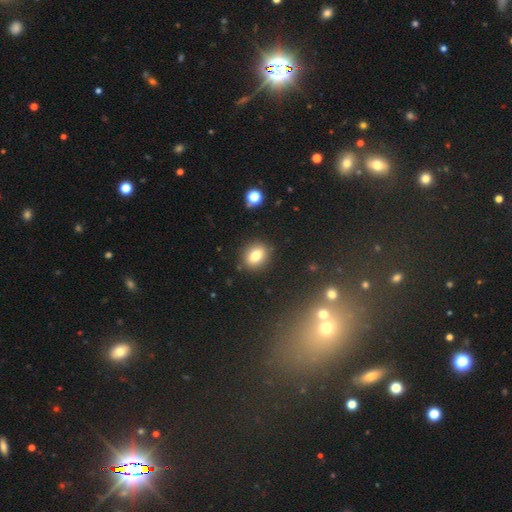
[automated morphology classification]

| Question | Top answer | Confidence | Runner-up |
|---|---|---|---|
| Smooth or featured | smooth | 79% | star or artifact (11%) |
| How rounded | in between | 50% | round (48%) |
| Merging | none | 88% | minor disturbance (8%) |